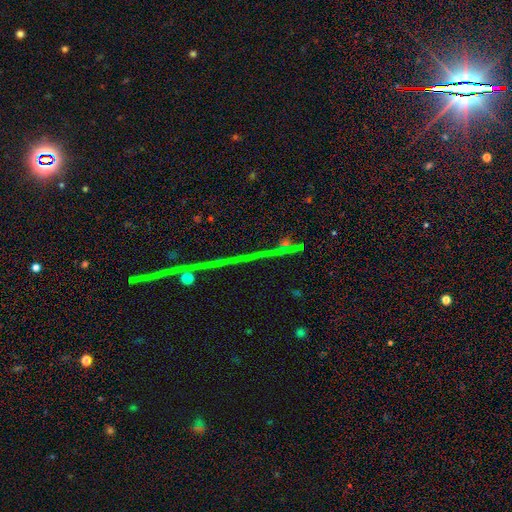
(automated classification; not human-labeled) smooth-or-featured: star or artifact: 78% | featured or disk: 13% | smooth: 9%